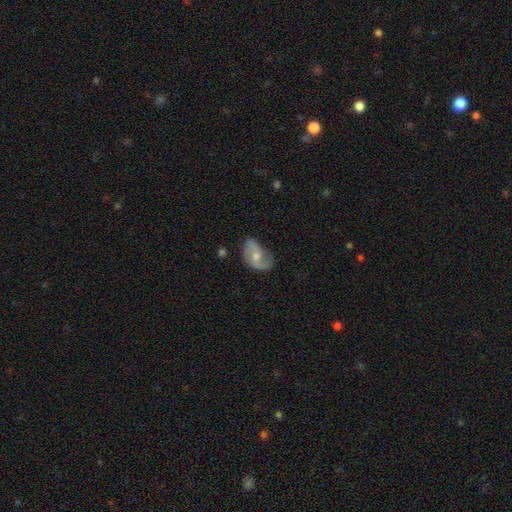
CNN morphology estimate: This is likely a featured or disk galaxy (68%). It is clearly not viewed edge-on (97%). Bar: possibly no (55%). Spiral arm pattern: clearly yes (89%). Spiral arm count: clearly 2 (83%). Spiral winding: possibly loose (51%). Central bulge: possibly moderate (56%). Merging: likely none (60%).